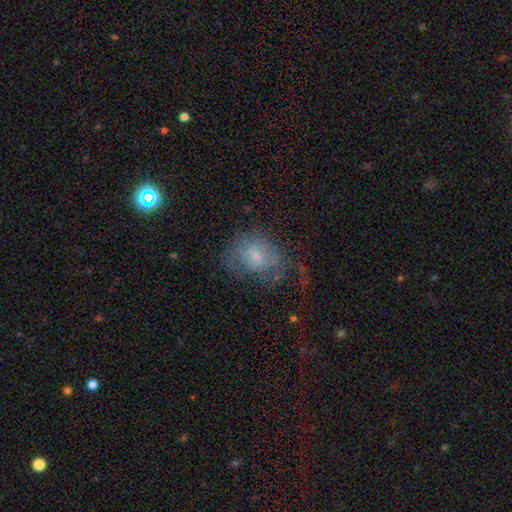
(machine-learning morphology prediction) A featured or disk galaxy (43%).

Vote fractions:
- Smooth or featured? featured or disk: 43% / smooth: 42% / star or artifact: 14%
- Merging? none: 44% / major disturbance: 28% / minor disturbance: 25% / merger: 2%